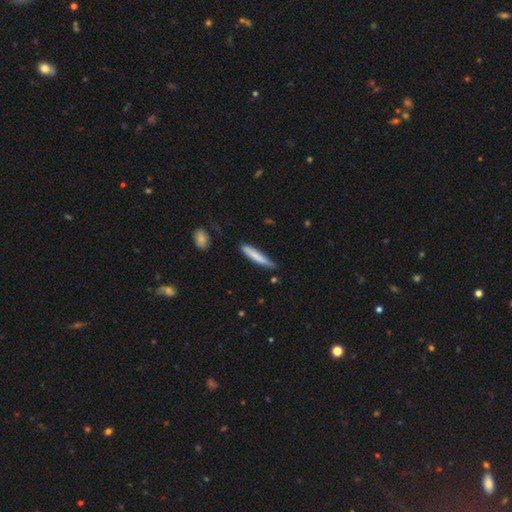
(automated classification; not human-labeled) A smooth galaxy with no disk features (75%) that is cigar-shaped (93%). Merging: none (75%).